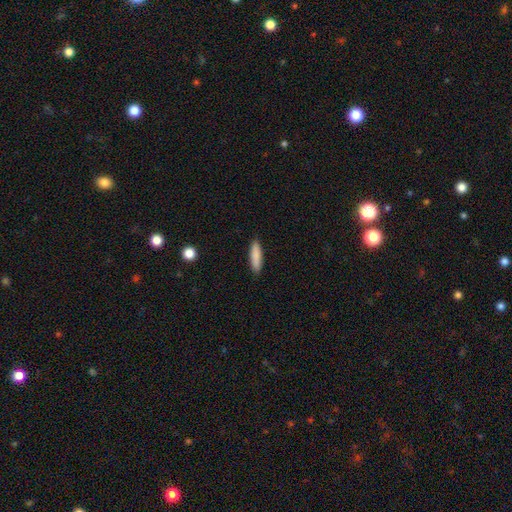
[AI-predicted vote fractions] smooth-or-featured: smooth: 85% | featured or disk: 9% | star or artifact: 6%
  how-rounded: cigar-shaped: 72% | in between: 26% | round: 2%
  merging: none: 89% | minor disturbance: 8% | major disturbance: 2% | merger: 1%